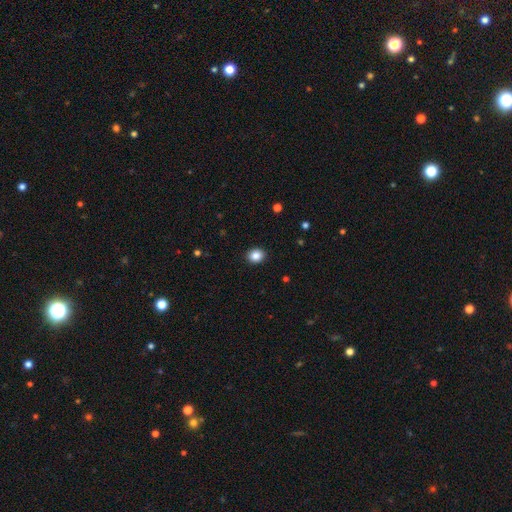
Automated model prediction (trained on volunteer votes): Smooth or featured: smooth — 86% (star or artifact — 10%)
How rounded: round — 69% (in between — 31%)
Merging: none — 92% (minor disturbance — 6%)